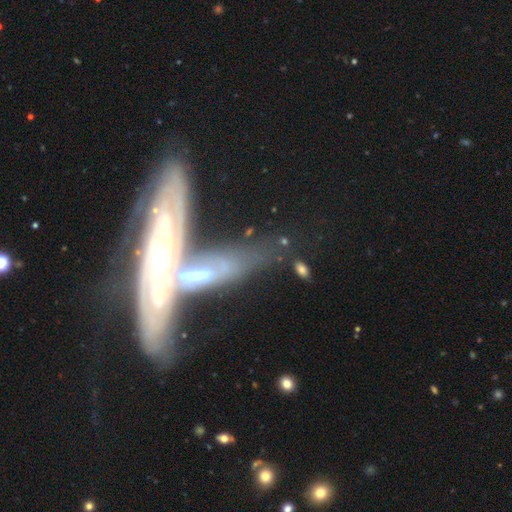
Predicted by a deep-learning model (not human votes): Overall: featured or disk (77%). Edge-on disk: no (65%; yes 35%). Merging: merger (54%; none 26%).